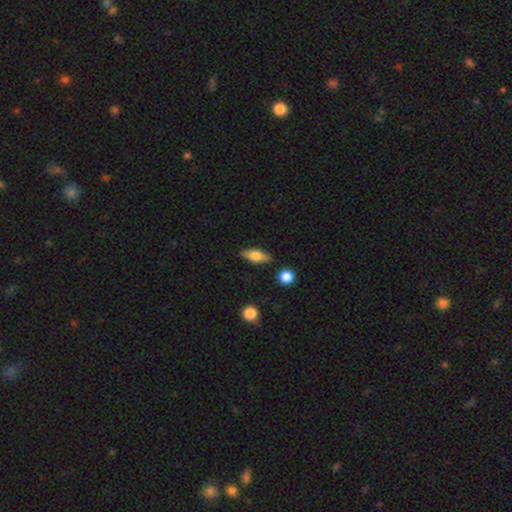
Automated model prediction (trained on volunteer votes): smooth 61%, featured or disk 32%, star or artifact 7%. Down the decision tree: how rounded — in between (71%); merging — none (83%).